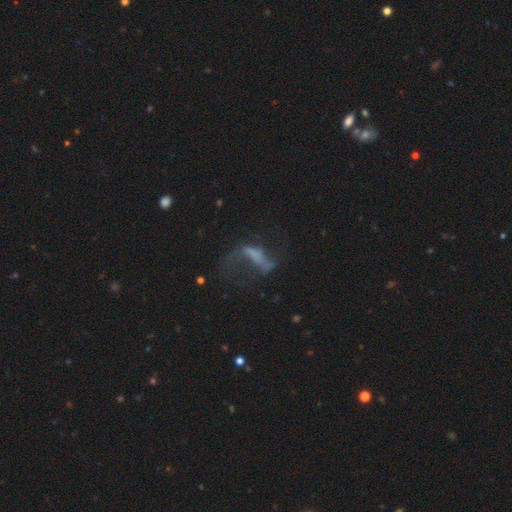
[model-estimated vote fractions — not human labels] The model was most divided on "merging": major disturbance: 40%, none: 39%, minor disturbance: 15%, merger: 6%. Remaining: edge-on disk — no (91%); spiral arms — yes (66%); bulge size — none (65%); smooth or featured — featured or disk (63%); bar — no (39%).